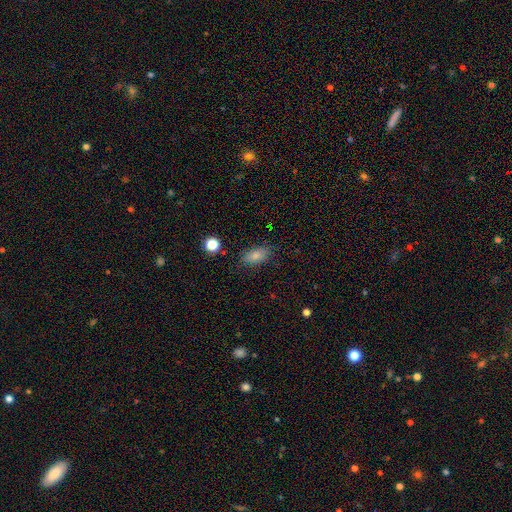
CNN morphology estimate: Smooth or featured? smooth (81%)
How rounded? in between (86%)
Merging? none (81%)